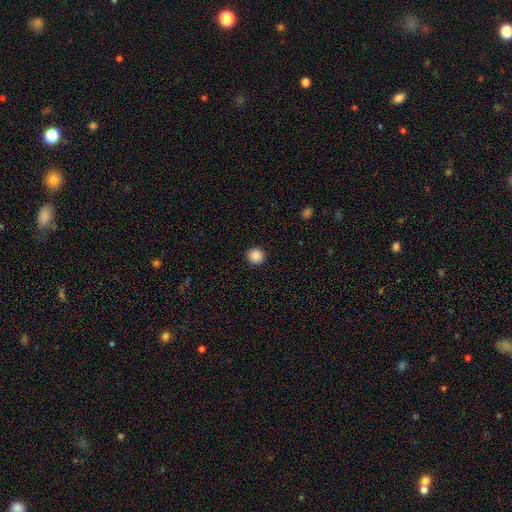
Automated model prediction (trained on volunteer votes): Q: Smooth or featured?
A: smooth (88%); runner-up: star or artifact (9%)
Q: How rounded?
A: round (93%); runner-up: in between (6%)
Q: Merging?
A: none (93%); runner-up: minor disturbance (4%)